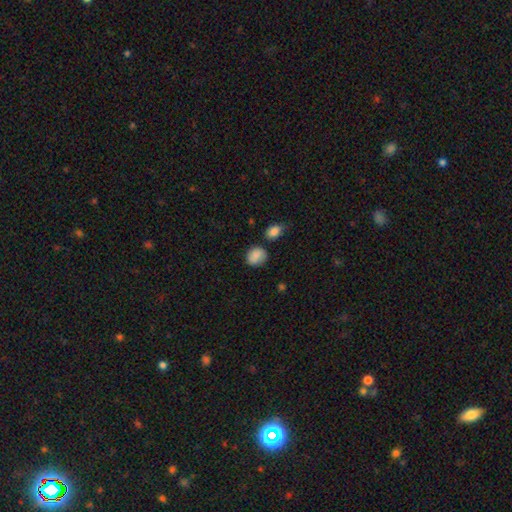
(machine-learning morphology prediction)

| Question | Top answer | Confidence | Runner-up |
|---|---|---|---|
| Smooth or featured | smooth | 87% | star or artifact (8%) |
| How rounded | round | 65% | in between (34%) |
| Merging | none | 73% | minor disturbance (19%) |